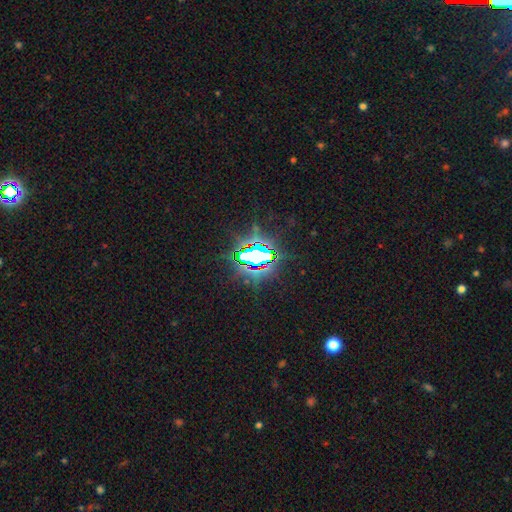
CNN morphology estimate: A star or artifact, not a galaxy (78%).